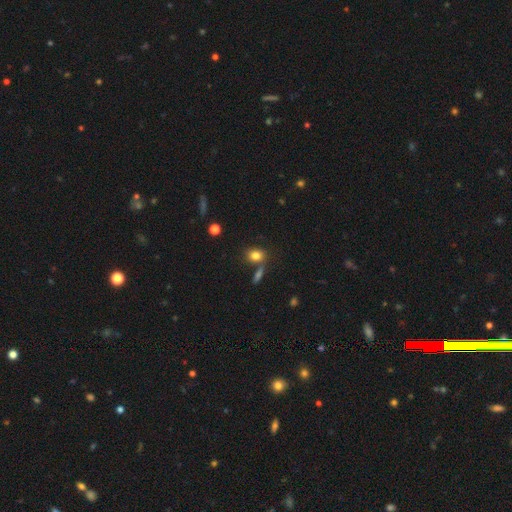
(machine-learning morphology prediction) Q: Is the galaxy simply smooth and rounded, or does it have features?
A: smooth — 81%.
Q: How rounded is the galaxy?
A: in between — 53%.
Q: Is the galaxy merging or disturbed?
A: none — 67%.